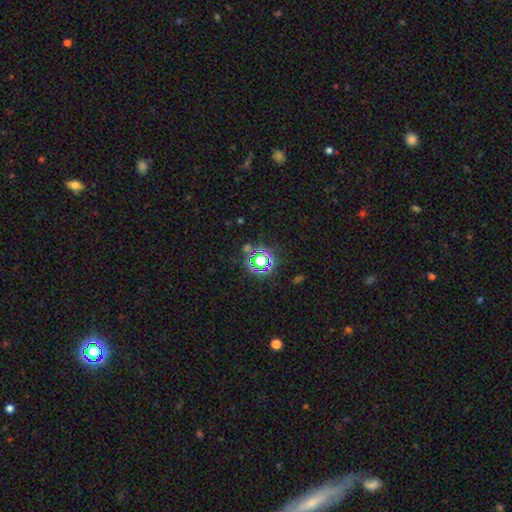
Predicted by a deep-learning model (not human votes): This is likely a star or artifact rather than a galaxy (74%).